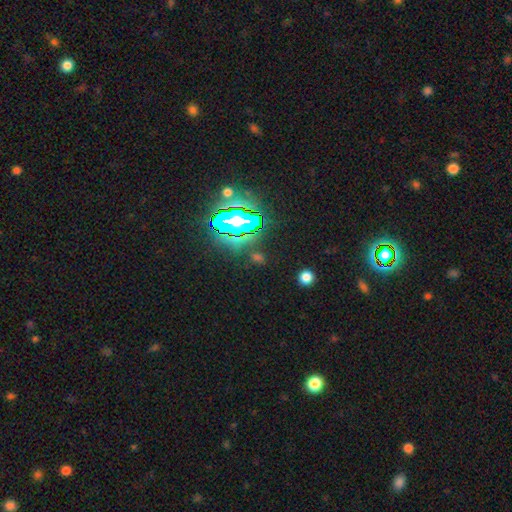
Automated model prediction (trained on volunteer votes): Q: Smooth or featured?
A: star or artifact (68%); runner-up: smooth (19%)